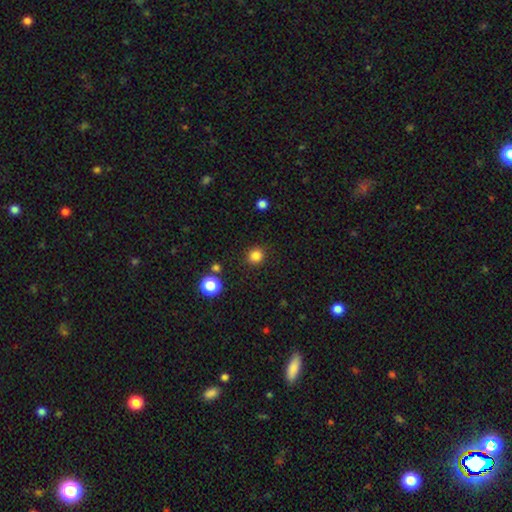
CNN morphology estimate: Smooth or featured?
  - smooth: 84% *
  - star or artifact: 12%
  - featured or disk: 4%
How rounded?
  - round: 91% *
  - in between: 9%
  - cigar-shaped: 1%
Merging?
  - none: 90% *
  - minor disturbance: 6%
  - major disturbance: 2%
  - merger: 2%